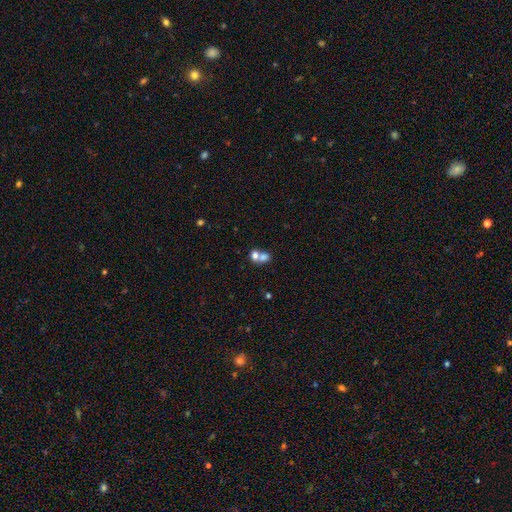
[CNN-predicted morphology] A smooth galaxy with no disk features (72%) that is round (59%).

Vote fractions:
- Smooth or featured? smooth: 72% / featured or disk: 17% / star or artifact: 12%
- How rounded? round: 59% / in between: 40% / cigar-shaped: 1%
- Merging? merger: 66% / none: 25% / minor disturbance: 5% / major disturbance: 3%